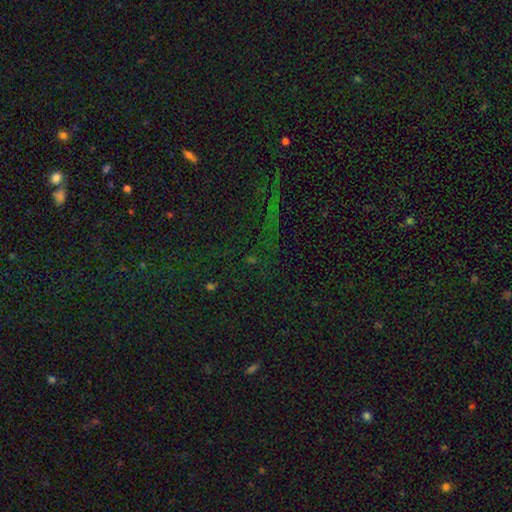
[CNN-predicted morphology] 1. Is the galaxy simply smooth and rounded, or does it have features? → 74% star or artifact, 15% smooth, 10% featured or disk.